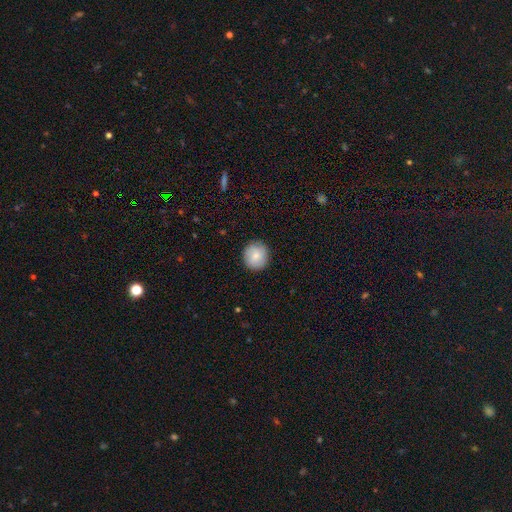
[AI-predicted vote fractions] Overall: smooth (79%). How rounded: round (91%). Merging: none (88%).